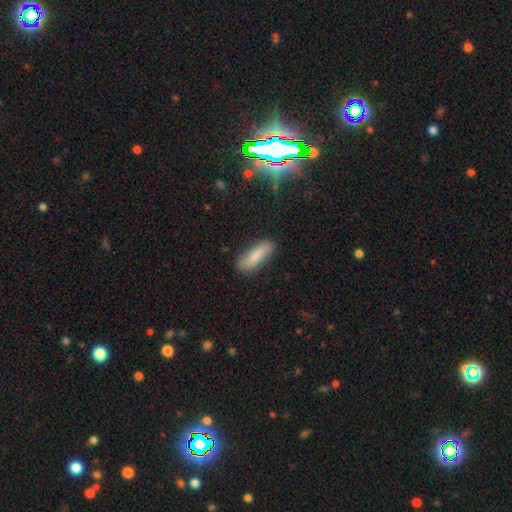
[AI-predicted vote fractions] Smooth or featured? Predicted: smooth (p=0.78). How rounded? Predicted: cigar-shaped (p=0.51). Merging? Predicted: none (p=0.82).